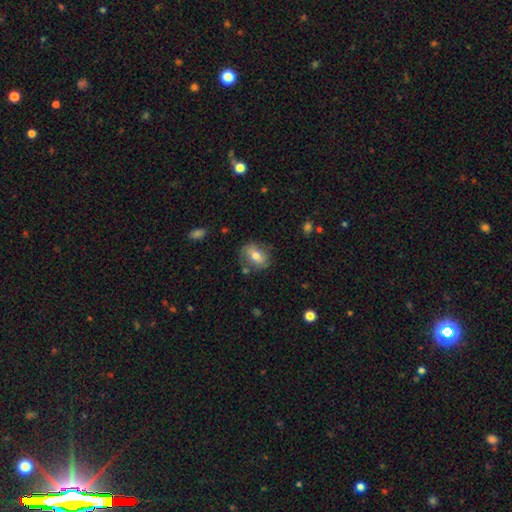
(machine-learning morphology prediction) Smooth or featured: smooth — 62% (featured or disk — 30%)
How rounded: in between — 67% (round — 31%)
Merging: none — 73% (minor disturbance — 18%)